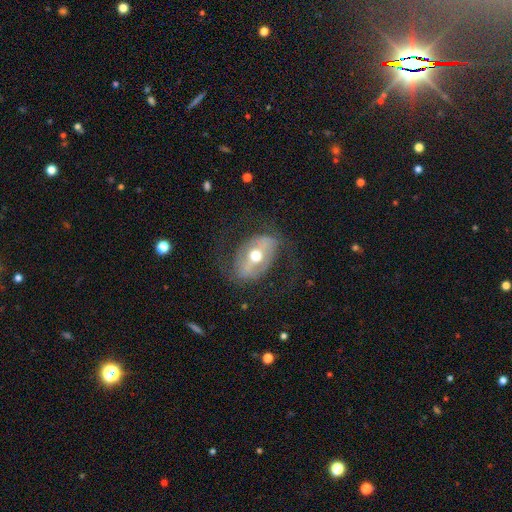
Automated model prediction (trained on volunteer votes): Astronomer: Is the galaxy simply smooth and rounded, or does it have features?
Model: featured or disk — 65%.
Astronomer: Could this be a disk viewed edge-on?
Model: no — 90%.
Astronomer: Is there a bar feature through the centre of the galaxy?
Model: strong — 39% (runner-up: no, 32%).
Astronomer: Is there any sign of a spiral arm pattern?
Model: no — 60% (runner-up: yes, 40%).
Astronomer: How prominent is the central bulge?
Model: moderate — 75%.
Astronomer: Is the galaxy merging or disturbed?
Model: none — 64%.